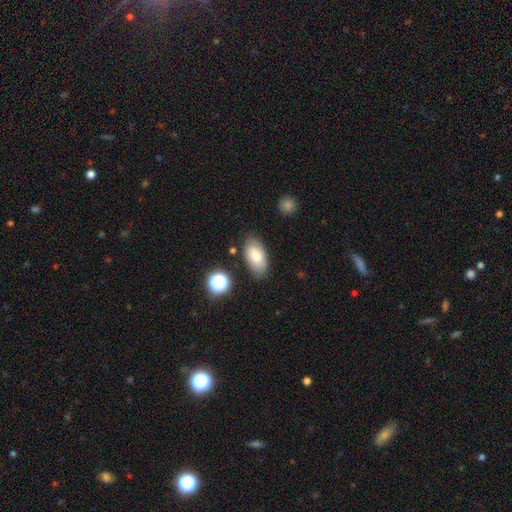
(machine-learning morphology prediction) smooth-or-featured: smooth: 75% | featured or disk: 16% | star or artifact: 9%
  how-rounded: in between: 93% | round: 4% | cigar-shaped: 3%
  merging: none: 81% | minor disturbance: 13% | major disturbance: 3% | merger: 3%